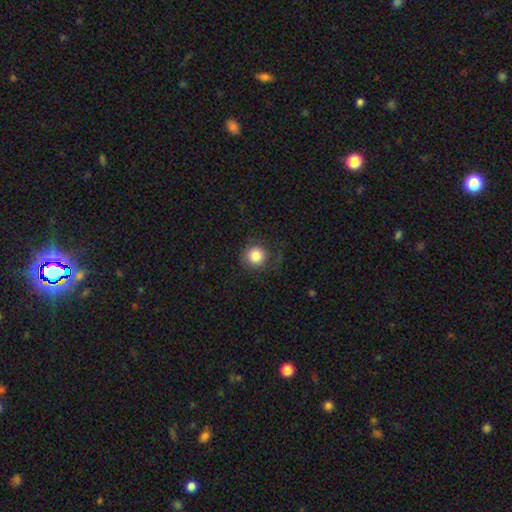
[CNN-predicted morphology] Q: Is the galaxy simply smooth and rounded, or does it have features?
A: smooth — 83%.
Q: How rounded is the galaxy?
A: round — 93%.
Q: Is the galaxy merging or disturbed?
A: none — 74%.